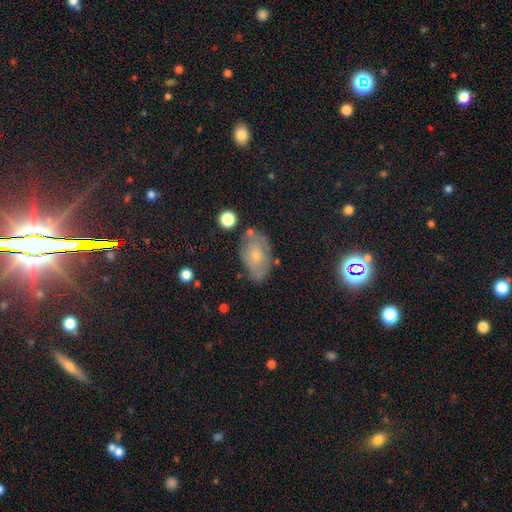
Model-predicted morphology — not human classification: This is possibly a smooth galaxy (47%). Merging: likely none (64%).